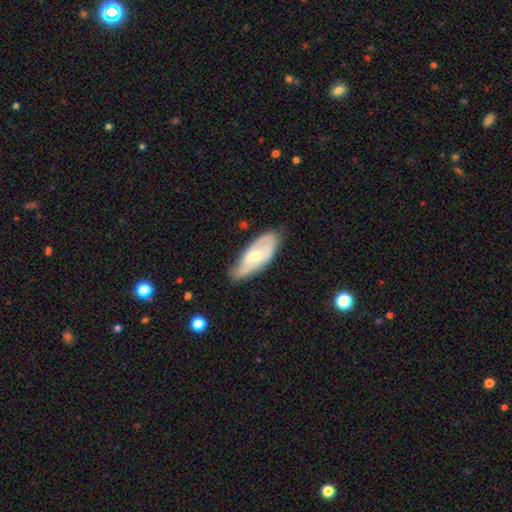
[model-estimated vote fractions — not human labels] A featured or disk galaxy (57%). Merging: none (67%).